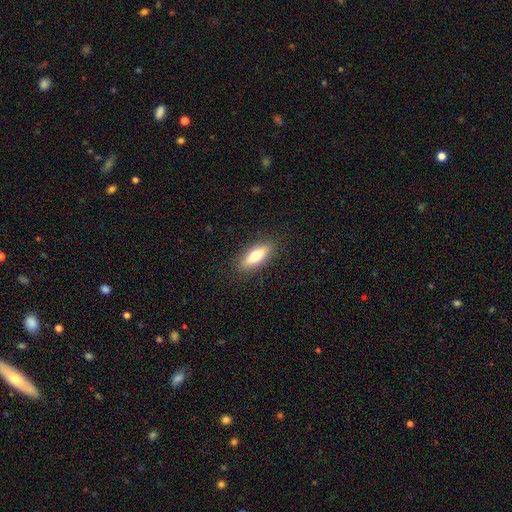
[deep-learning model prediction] Overall: smooth (65%; featured or disk 29%). How rounded: in between (57%; cigar-shaped 40%). Merging: none (87%).